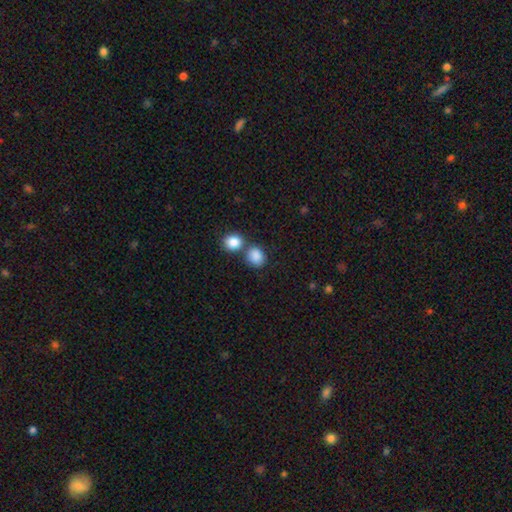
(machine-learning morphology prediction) The model was most divided on "merging": none: 54%, merger: 32%, minor disturbance: 10%, major disturbance: 4%. More confident: smooth or featured — smooth (87%); how rounded — round (63%).